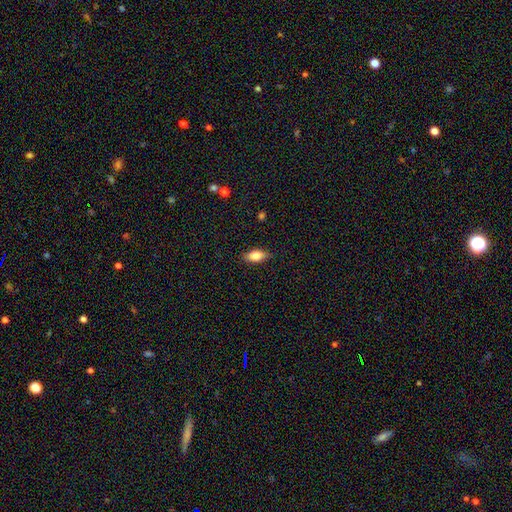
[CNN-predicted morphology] Overall: smooth (77%). How rounded: in between (85%). Merging: none (85%).